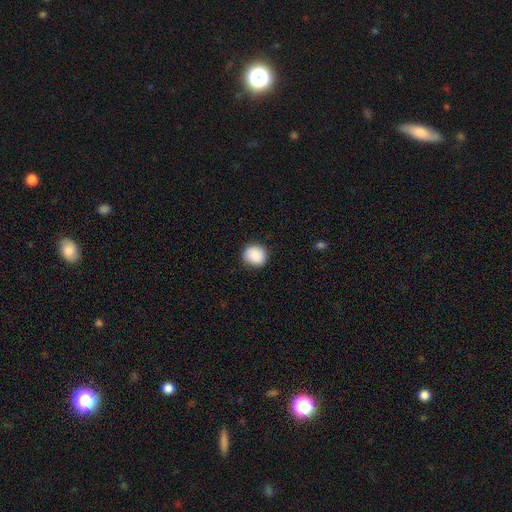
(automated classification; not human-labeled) Q: Smooth or featured?
A: smooth (88%); runner-up: star or artifact (8%)
Q: How rounded?
A: round (82%); runner-up: in between (17%)
Q: Merging?
A: none (87%); runner-up: minor disturbance (10%)